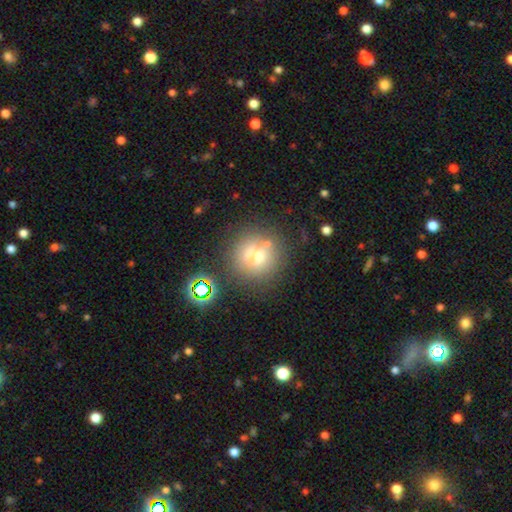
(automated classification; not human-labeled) smooth-or-featured: smooth: 59% | featured or disk: 23% | star or artifact: 18%
  how-rounded: round: 91% | in between: 8% | cigar-shaped: 1%
  merging: none: 65% | minor disturbance: 15% | merger: 13% | major disturbance: 7%